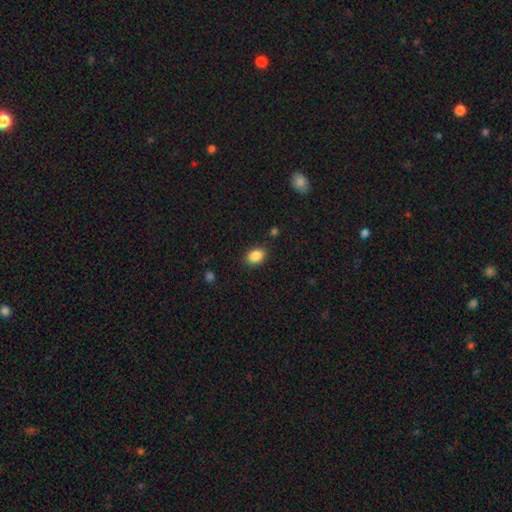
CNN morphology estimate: A smooth galaxy with no disk features (88%) that is in between round and cigar-shaped (78%).

Vote fractions:
- Smooth or featured? smooth: 88% / star or artifact: 8% / featured or disk: 4%
- How rounded? in between: 78% / round: 21% / cigar-shaped: 1%
- Merging? none: 86% / minor disturbance: 9% / major disturbance: 3% / merger: 2%